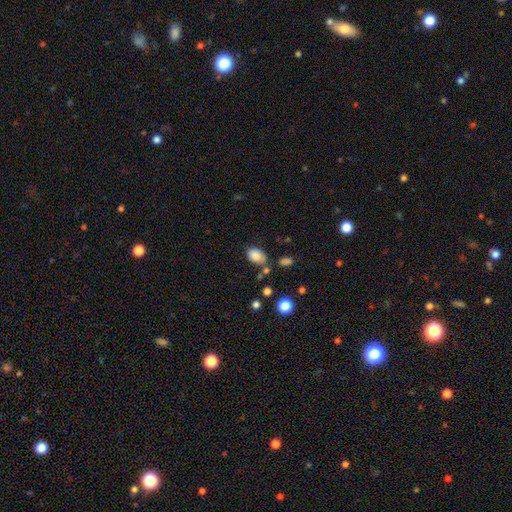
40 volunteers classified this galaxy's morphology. Smooth or featured? 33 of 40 (82%) said smooth. How rounded? 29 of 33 (88%) said in between. Merging? 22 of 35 (63%) said none.